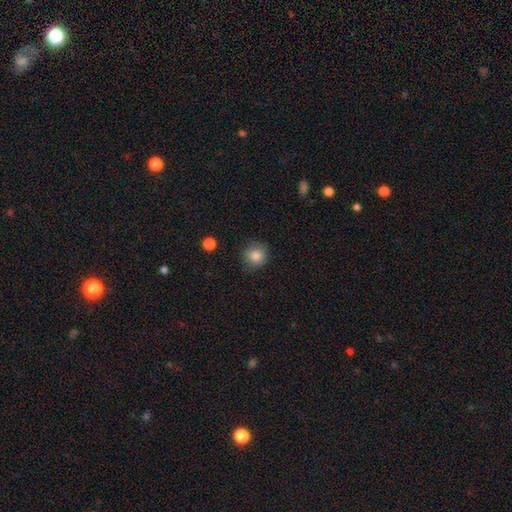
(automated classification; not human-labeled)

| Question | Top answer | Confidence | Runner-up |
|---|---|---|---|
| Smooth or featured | smooth | 84% | star or artifact (10%) |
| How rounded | round | 89% | in between (10%) |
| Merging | none | 81% | minor disturbance (14%) |